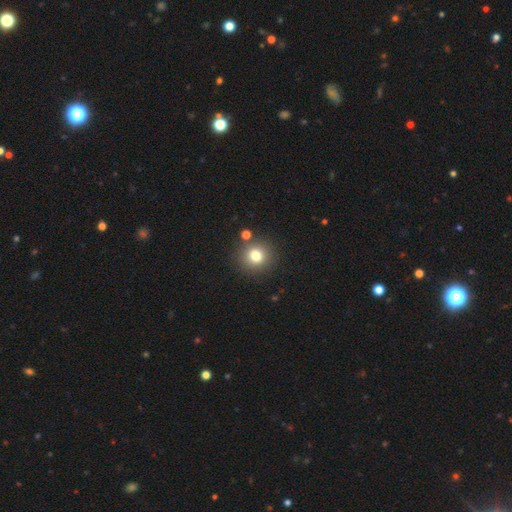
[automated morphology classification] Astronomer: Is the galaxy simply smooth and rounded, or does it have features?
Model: smooth — 79%.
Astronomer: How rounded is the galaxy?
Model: round — 90%.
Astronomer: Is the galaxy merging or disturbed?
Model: none — 84%.